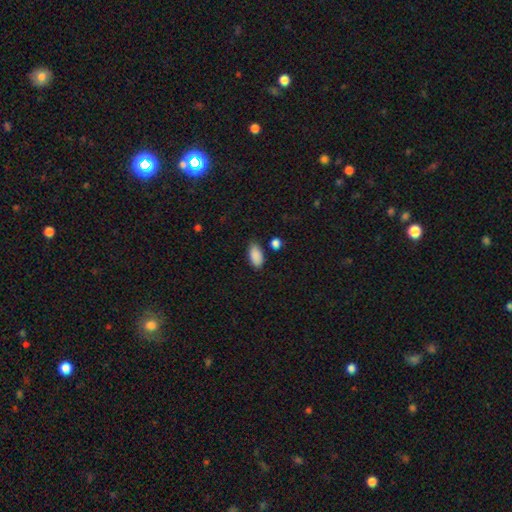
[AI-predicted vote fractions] A smooth galaxy with no disk features (89%) that is in between round and cigar-shaped (93%).

Vote fractions:
- Smooth or featured? smooth: 89% / star or artifact: 7% / featured or disk: 4%
- How rounded? in between: 93% / round: 4% / cigar-shaped: 3%
- Merging? none: 77% / minor disturbance: 16% / merger: 4% / major disturbance: 3%